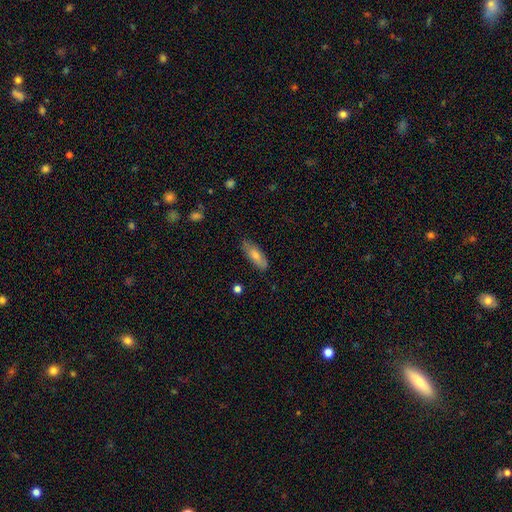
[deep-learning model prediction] The model was most divided on "how rounded": in between: 67%, cigar-shaped: 31%, round: 2%. More confident: merging — none (79%); smooth or featured — smooth (70%).